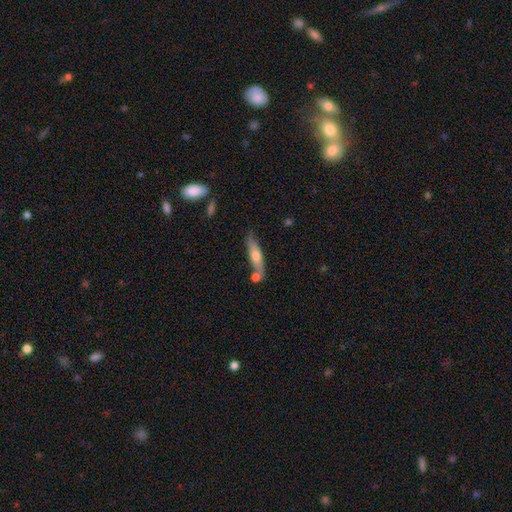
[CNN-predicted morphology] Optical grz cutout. It shows a smooth galaxy with no disk features (48%). Merging: none (66%).